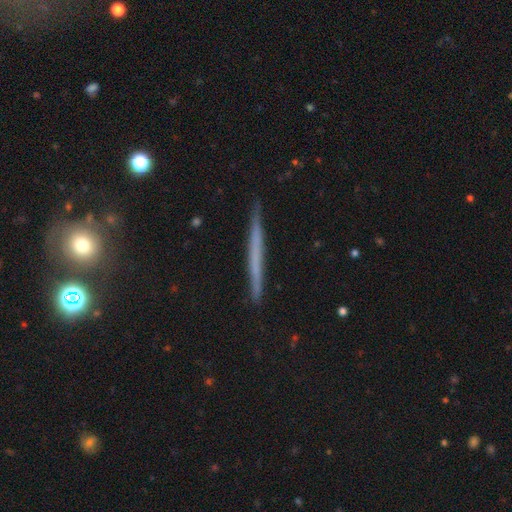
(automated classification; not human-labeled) Morphology: type=featured or disk (53%); edge-on=yes (96%); edge-on bulge=none (89%); merging=none (90%).